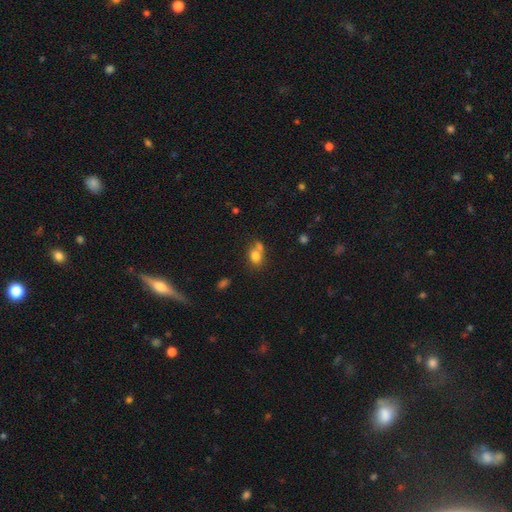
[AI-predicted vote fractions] smooth 77%, featured or disk 11%, star or artifact 11%. Down the decision tree: how rounded — in between (52%); merging — merger (43%).